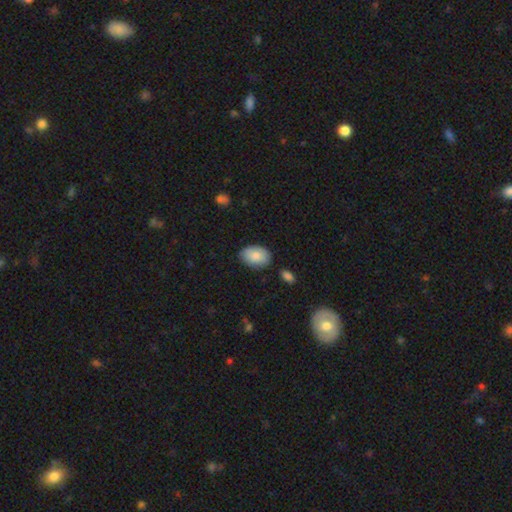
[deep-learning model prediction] The model was most divided on "merging": none: 79%, minor disturbance: 16%, major disturbance: 3%, merger: 2%. More confident: how rounded — in between (89%); smooth or featured — smooth (84%).